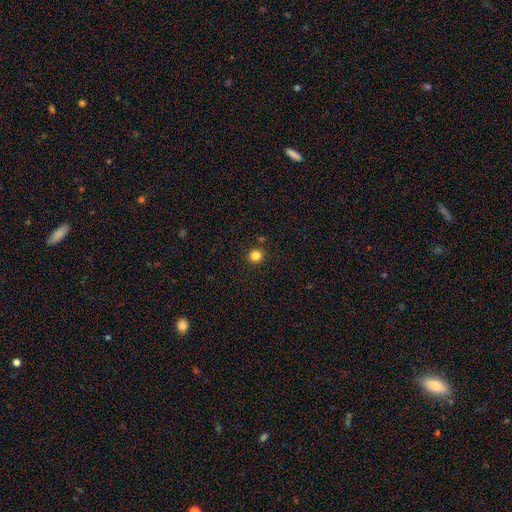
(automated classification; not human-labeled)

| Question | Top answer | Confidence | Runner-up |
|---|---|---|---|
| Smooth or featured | smooth | 83% | star or artifact (13%) |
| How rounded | round | 93% | in between (6%) |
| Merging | none | 90% | minor disturbance (5%) |